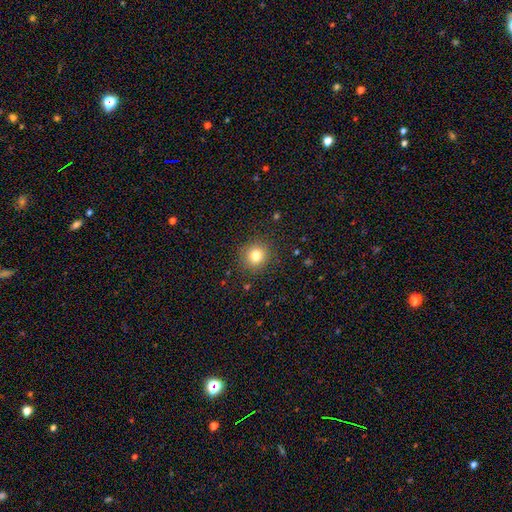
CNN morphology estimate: A smooth galaxy with no disk features (80%) that is round (91%). Merging: none (89%).